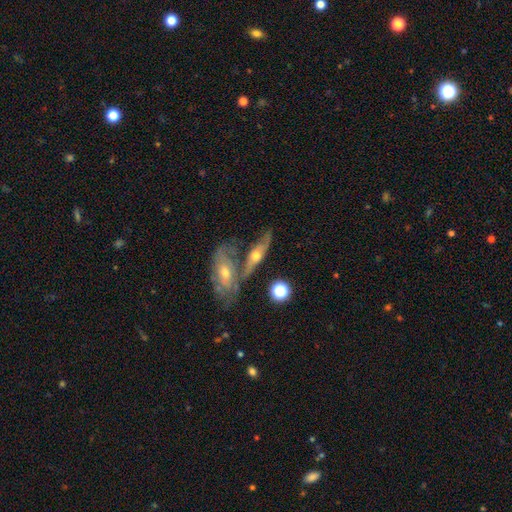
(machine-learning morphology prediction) Smooth or featured? Predicted: featured or disk (p=0.62). Edge-on disk? Predicted: yes (p=0.55). Merging? Predicted: none (p=0.42).